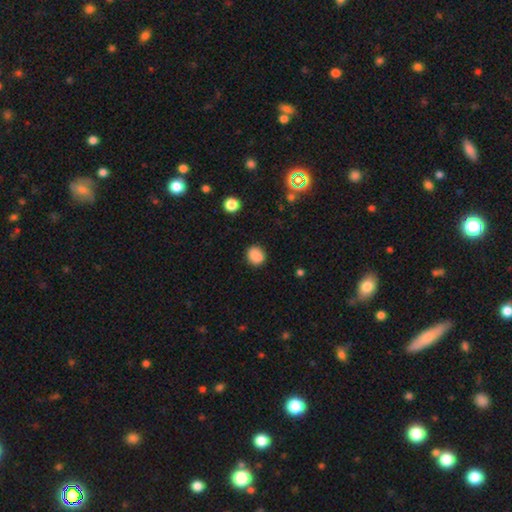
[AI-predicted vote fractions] Smooth or featured: smooth — 86% (star or artifact — 10%)
How rounded: round — 64% (in between — 35%)
Merging: none — 82% (minor disturbance — 12%)